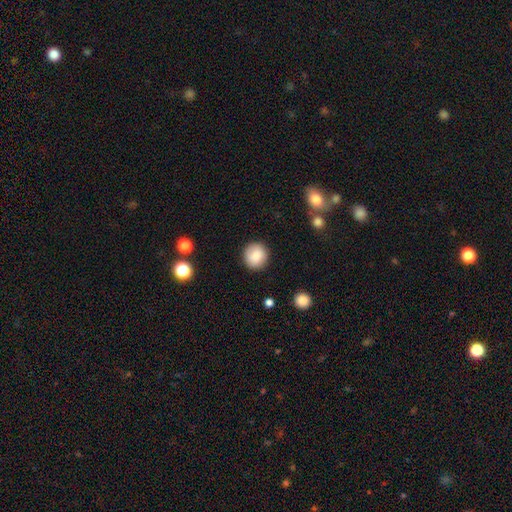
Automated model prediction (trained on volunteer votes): Smooth or featured?
  - smooth: 86% *
  - star or artifact: 8%
  - featured or disk: 6%
How rounded?
  - round: 92% *
  - in between: 7%
  - cigar-shaped: 1%
Merging?
  - none: 89% *
  - minor disturbance: 7%
  - major disturbance: 2%
  - merger: 1%